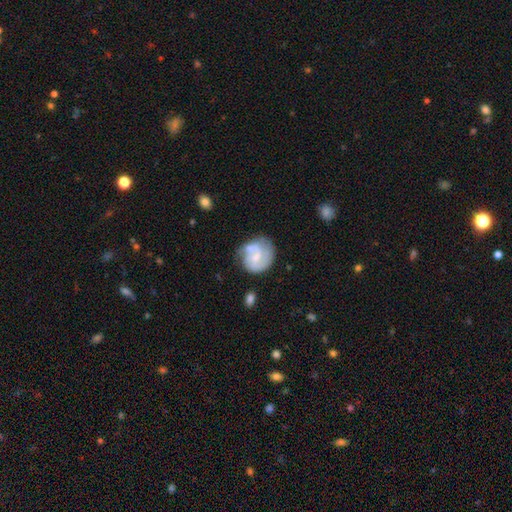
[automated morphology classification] Smooth or featured? Predicted: featured or disk (p=0.66). Edge-on disk? Predicted: no (p=0.98). Bar? Predicted: weak (p=0.46). Spiral arms? Predicted: yes (p=0.84). Spiral winding? Predicted: medium (p=0.44). Spiral arm count? Predicted: 2 (p=0.63). Bulge size? Predicted: small (p=0.50). Merging? Predicted: none (p=0.53).